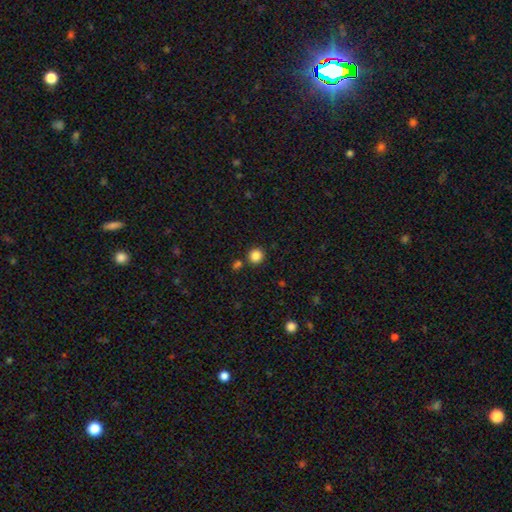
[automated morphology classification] smooth 85%, star or artifact 11%, featured or disk 4%. Down the decision tree: how rounded — round (91%); merging — none (86%).